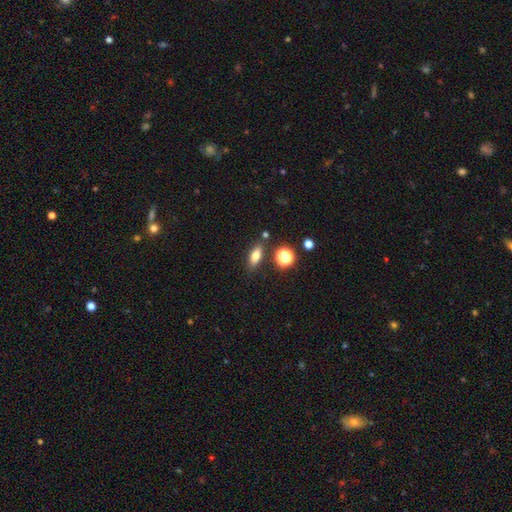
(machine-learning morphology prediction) Overall: smooth (71%). How rounded: in between (67%). Merging: none (81%).